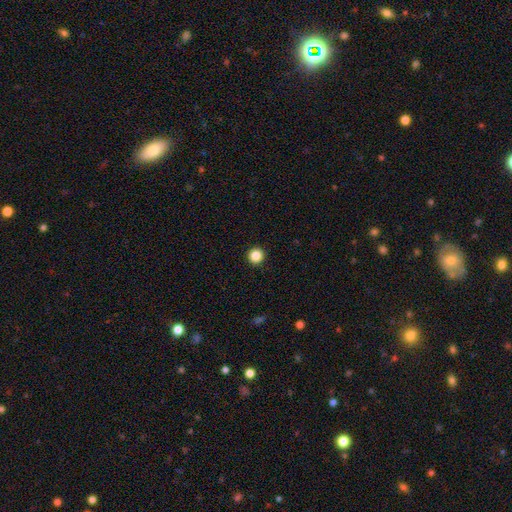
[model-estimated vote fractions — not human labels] A smooth galaxy with no disk features (86%) that is round (96%). Merging: none (94%).